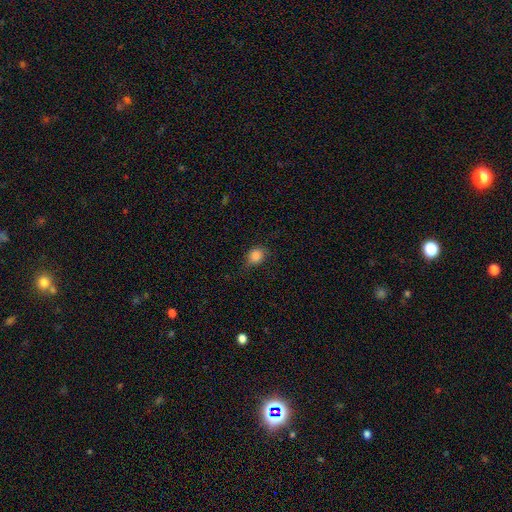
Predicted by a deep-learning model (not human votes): Smooth or featured?
  - smooth: 84% *
  - star or artifact: 10%
  - featured or disk: 6%
How rounded?
  - round: 56% *
  - in between: 43%
  - cigar-shaped: 1%
Merging?
  - none: 60% *
  - minor disturbance: 30%
  - major disturbance: 9%
  - merger: 1%